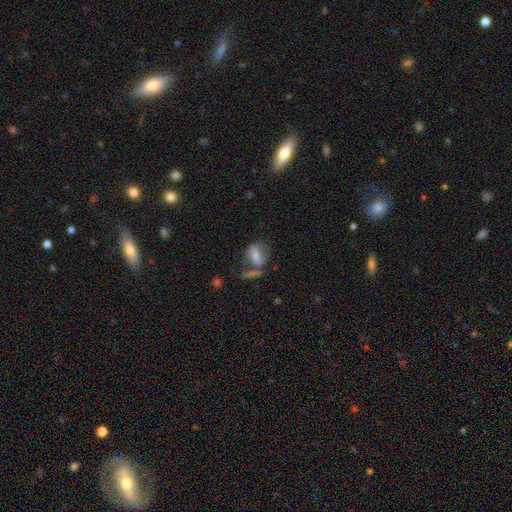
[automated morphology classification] Smooth or featured: smooth — 49% (featured or disk — 37%)
Merging: none — 47% (minor disturbance — 19%)